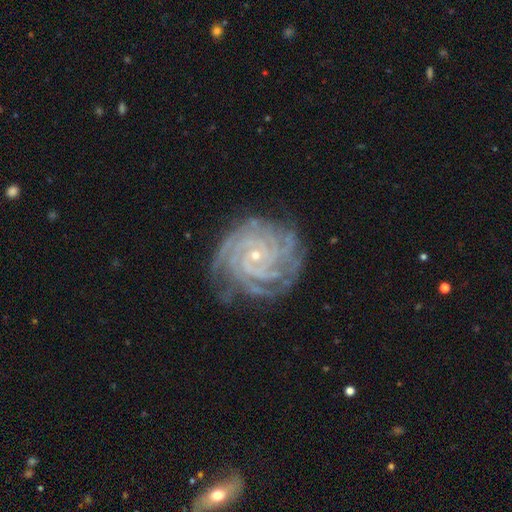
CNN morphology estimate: Q: Smooth or featured?
A: featured or disk (90%); runner-up: star or artifact (6%)
Q: Edge-on disk?
A: no (98%); runner-up: yes (2%)
Q: Bar?
A: no (71%); runner-up: weak (20%)
Q: Spiral arms?
A: yes (99%); runner-up: no (1%)
Q: Spiral winding?
A: tight (84%); runner-up: medium (14%)
Q: Spiral arm count?
A: 4 (27%); runner-up: more than 4 (20%)
Q: Bulge size?
A: small (84%); runner-up: moderate (12%)
Q: Merging?
A: none (77%); runner-up: minor disturbance (16%)